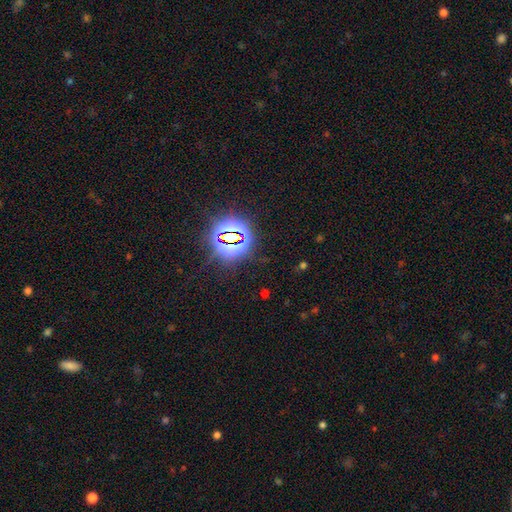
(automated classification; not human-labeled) smooth_or_featured: star or artifact (p=0.83) [alt: smooth p=0.11]